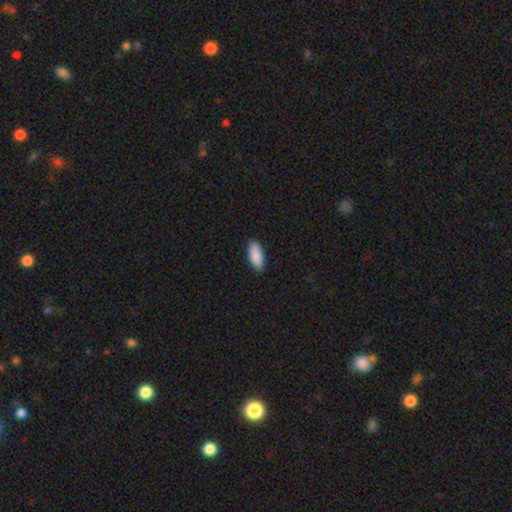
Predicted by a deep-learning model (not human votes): Overall: smooth (90%). How rounded: in between (83%). Merging: none (87%).